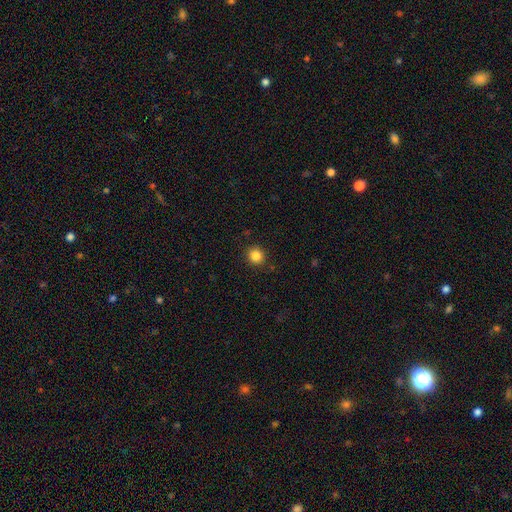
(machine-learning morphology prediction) The model was most divided on "smooth or featured": smooth: 84%, star or artifact: 11%, featured or disk: 4%. More confident: how rounded — round (91%); merging — none (90%).